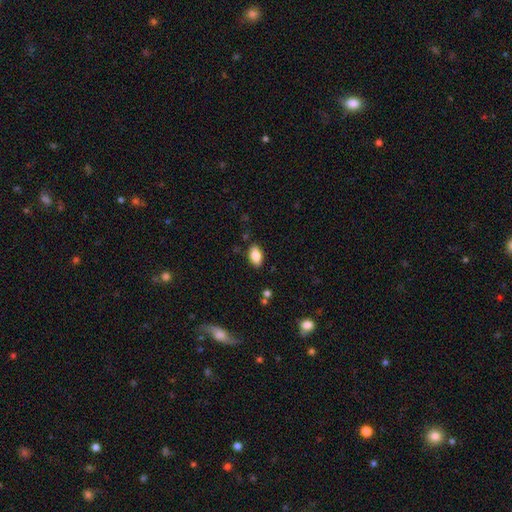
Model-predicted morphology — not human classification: Overall: smooth (85%). How rounded: in between (92%). Merging: none (84%).